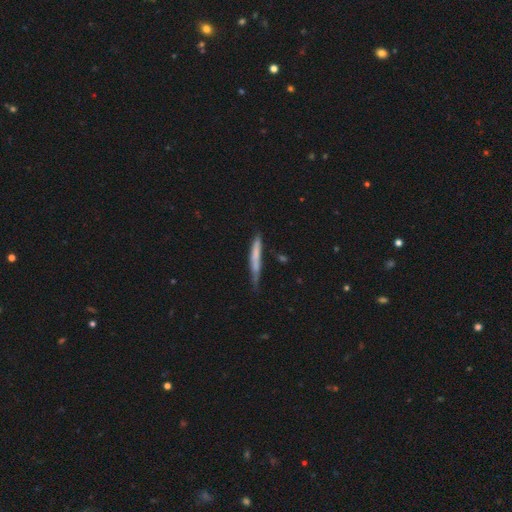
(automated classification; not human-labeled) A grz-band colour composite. It shows a smooth galaxy with no disk features (62%) that is cigar-shaped (95%). Merging: none (62%).